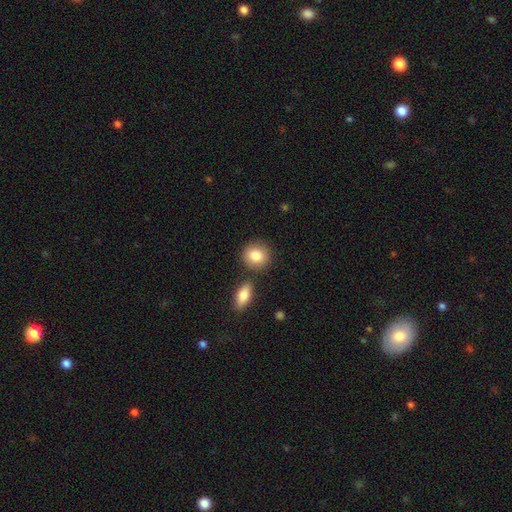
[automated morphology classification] The model was most divided on "how rounded": round: 81%, in between: 18%, cigar-shaped: 1%. More confident: smooth or featured — smooth (84%); merging — none (78%).